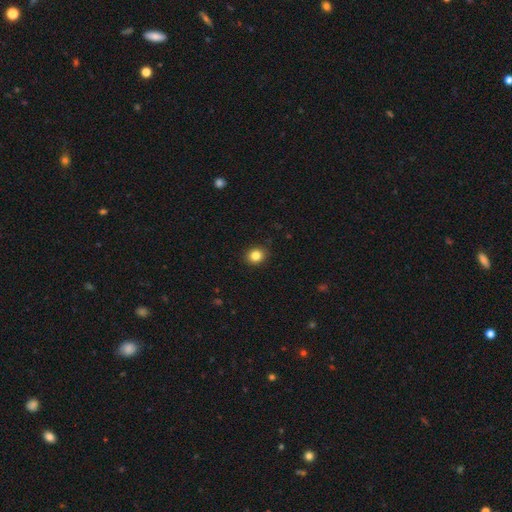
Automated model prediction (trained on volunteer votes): Overall: smooth (84%). How rounded: round (73%). Merging: none (90%).